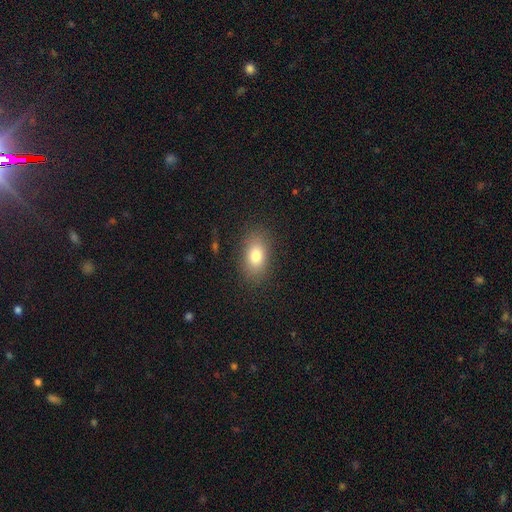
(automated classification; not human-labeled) Smooth or featured? Predicted: smooth (p=0.81). How rounded? Predicted: in between (p=0.87). Merging? Predicted: none (p=0.85).